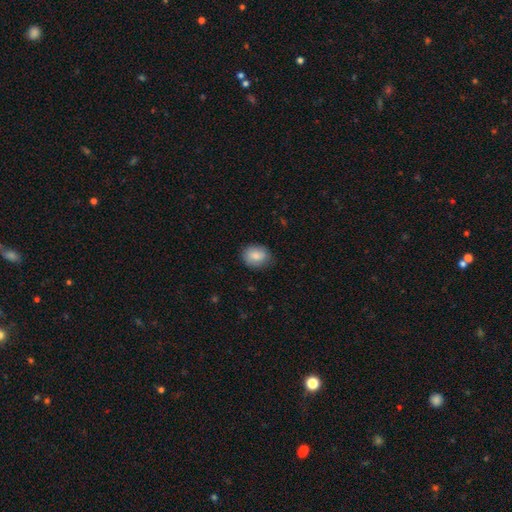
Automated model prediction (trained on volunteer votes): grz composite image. It shows a smooth galaxy with no disk features (84%) that is in between round and cigar-shaped (53%). Merging: none (81%).